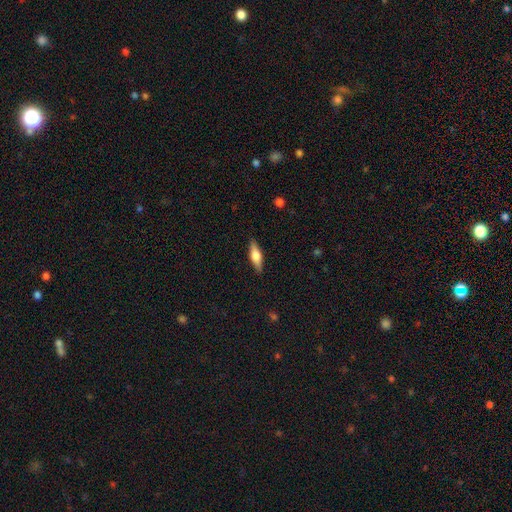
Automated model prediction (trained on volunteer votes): This is possibly a smooth galaxy (49%). Merging: clearly none (88%).